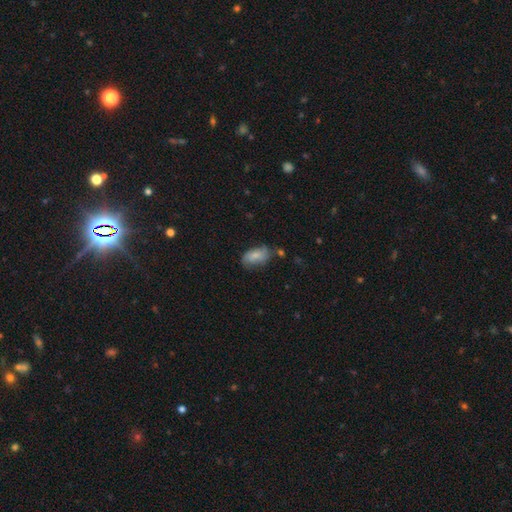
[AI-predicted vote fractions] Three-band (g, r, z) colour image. It shows a smooth galaxy with no disk features (67%) that is in between round and cigar-shaped (91%). Merging: none (61%).